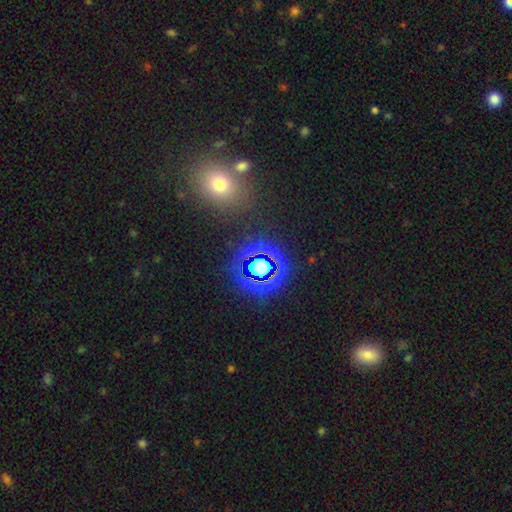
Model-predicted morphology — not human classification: Smooth or featured: star or artifact — 66% (smooth — 25%)